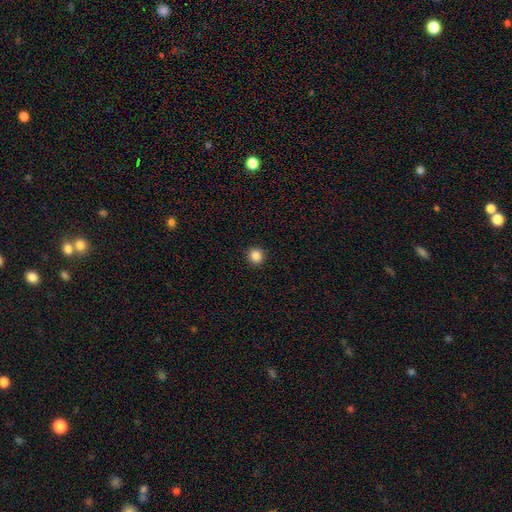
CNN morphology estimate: Smooth or featured?
  - smooth: 87% *
  - star or artifact: 10%
  - featured or disk: 3%
How rounded?
  - round: 94% *
  - in between: 5%
  - cigar-shaped: 1%
Merging?
  - none: 93% *
  - minor disturbance: 5%
  - major disturbance: 2%
  - merger: 1%